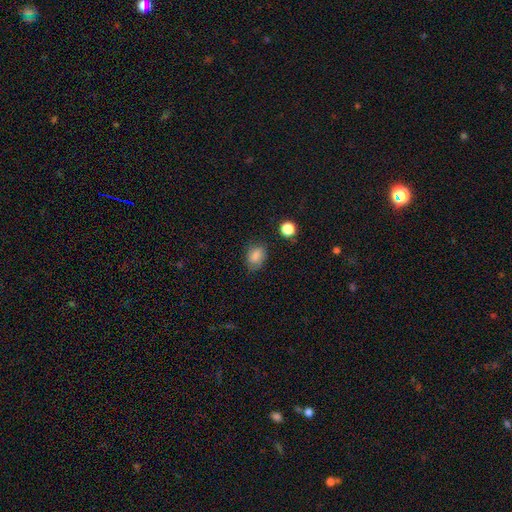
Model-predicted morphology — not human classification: Overall: smooth (82%). How rounded: in between (68%; round 31%). Merging: none (74%).